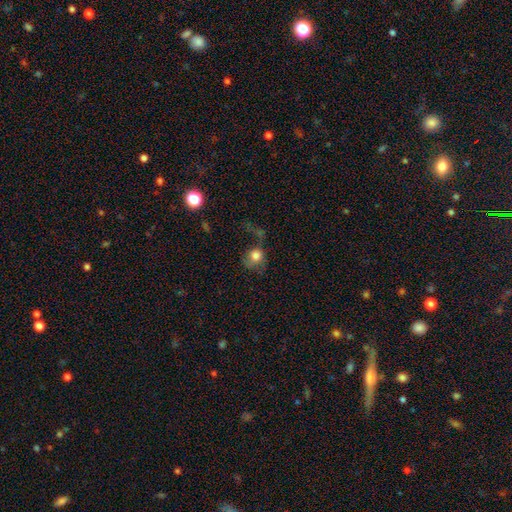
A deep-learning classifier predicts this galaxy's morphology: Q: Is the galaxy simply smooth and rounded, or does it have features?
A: smooth — 73%.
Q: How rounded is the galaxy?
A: round — 76%.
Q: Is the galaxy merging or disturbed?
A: major disturbance — 42%.